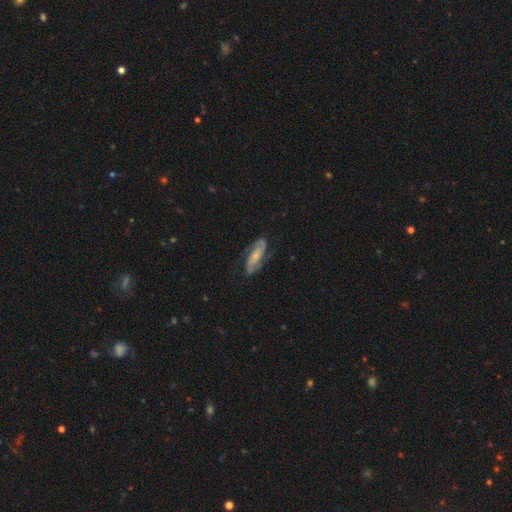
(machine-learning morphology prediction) Smooth or featured? featured or disk (82%)
Edge-on disk? no (94%)
Bar? no (50%)
Spiral arms? yes (97%)
Spiral winding? medium (48%)
Spiral arm count? 2 (89%)
Bulge size? small (46%)
Merging? none (79%)